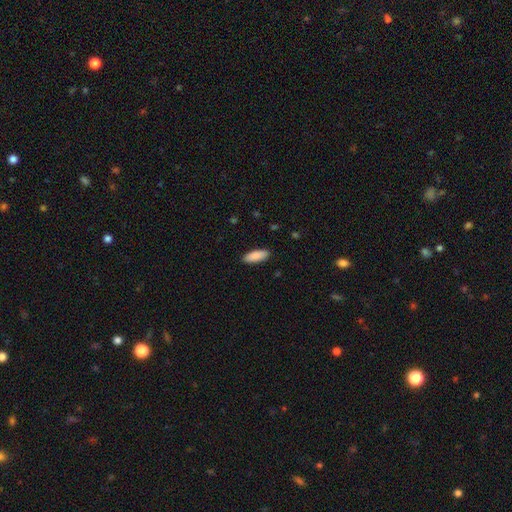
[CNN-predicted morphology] Q: Smooth or featured?
A: smooth (89%); runner-up: star or artifact (6%)
Q: How rounded?
A: in between (69%); runner-up: cigar-shaped (30%)
Q: Merging?
A: none (89%); runner-up: minor disturbance (8%)